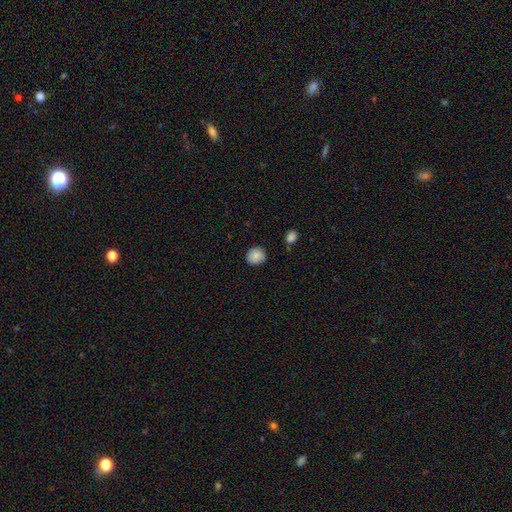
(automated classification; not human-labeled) A smooth galaxy with no disk features (85%) that is round (87%). Merging: none (86%).